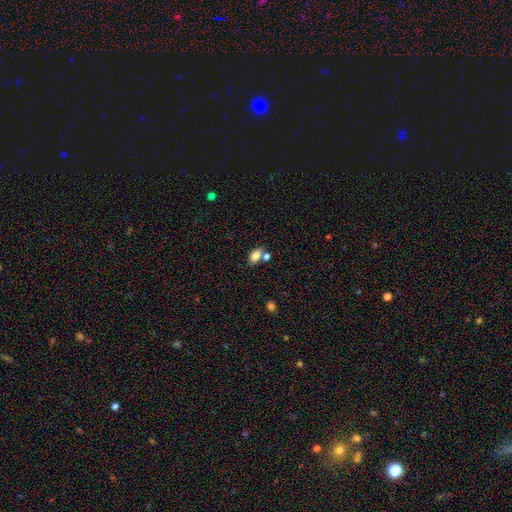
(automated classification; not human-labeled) Overall: smooth (80%). How rounded: in between (87%). Merging: none (59%; merger 24%).